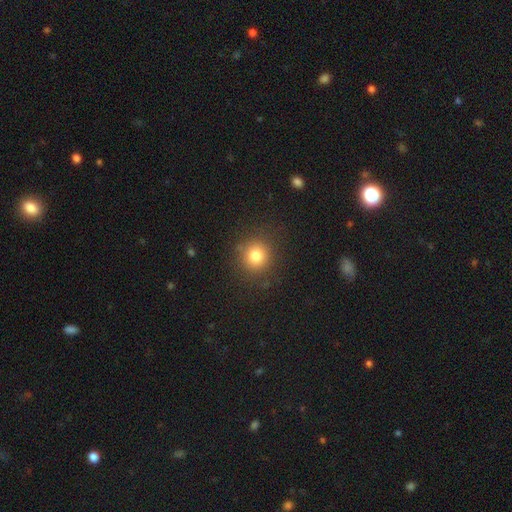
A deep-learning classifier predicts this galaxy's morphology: type=smooth (80%); roundness=round (91%); merging=none (86%).